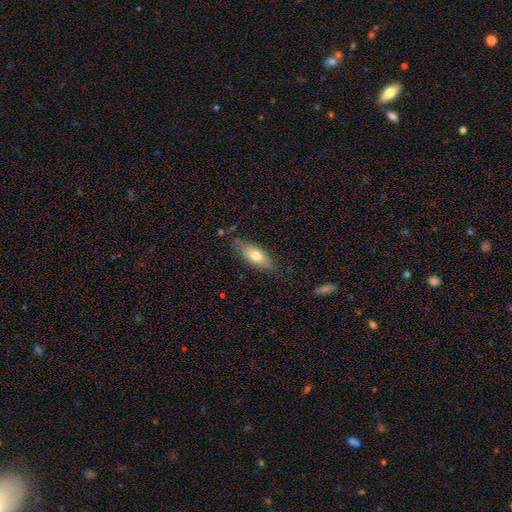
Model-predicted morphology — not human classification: Smooth or featured? smooth (70%)
How rounded? in between (69%)
Merging? none (77%)